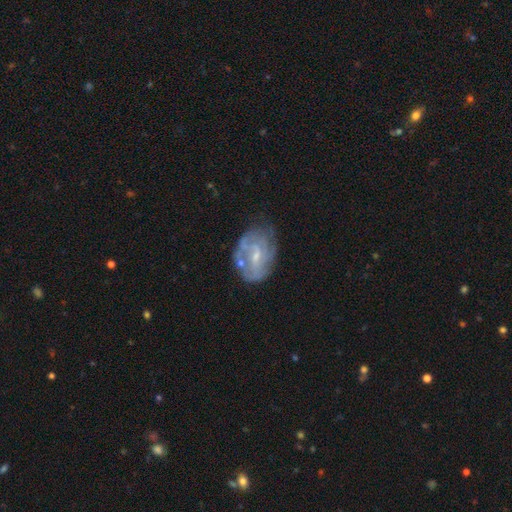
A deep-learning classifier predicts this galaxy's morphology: featured or disk 71%, smooth 21%, star or artifact 8%. Down the decision tree: edge-on disk — no (97%); bar — weak (49%); spiral arms — yes (66%); bulge size — small (61%); merging — none (51%).